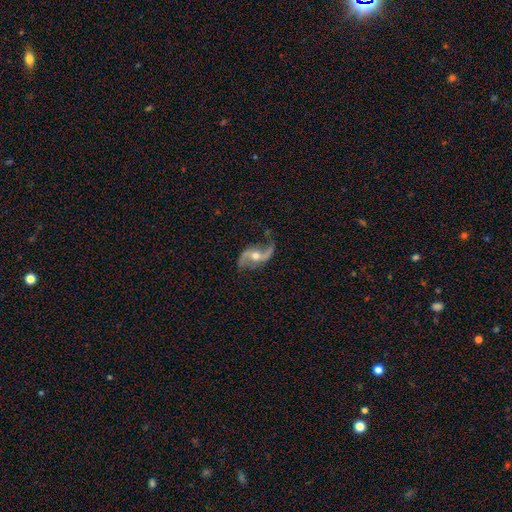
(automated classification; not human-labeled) Overall: featured or disk (90%). Edge-on disk: no (96%). Bar: no (53%; weak 32%). Spiral arms: yes (97%). Spiral arm count: 2 (94%). Spiral winding: loose (83%). Bulge size: moderate (69%). Merging: none (76%).